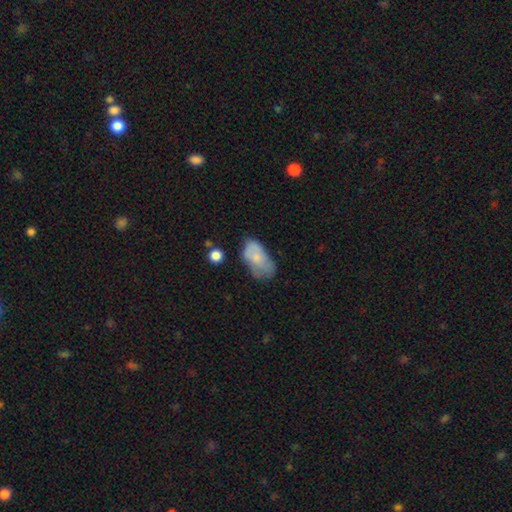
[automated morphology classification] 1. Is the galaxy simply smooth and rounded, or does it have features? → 67% smooth, 25% featured or disk, 8% star or artifact.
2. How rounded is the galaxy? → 92% in between, 6% round, 2% cigar-shaped.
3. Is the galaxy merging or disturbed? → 37% minor disturbance (tied), 37% none (tied), 20% major disturbance, 6% merger.